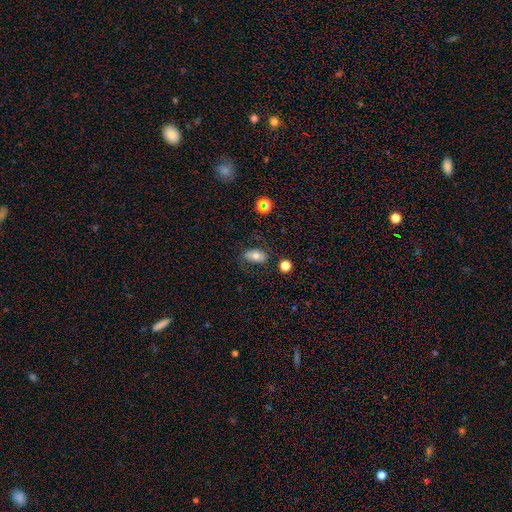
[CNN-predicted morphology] Smooth or featured? Predicted: smooth (p=0.66). How rounded? Predicted: in between (p=0.90). Merging? Predicted: none (p=0.70).